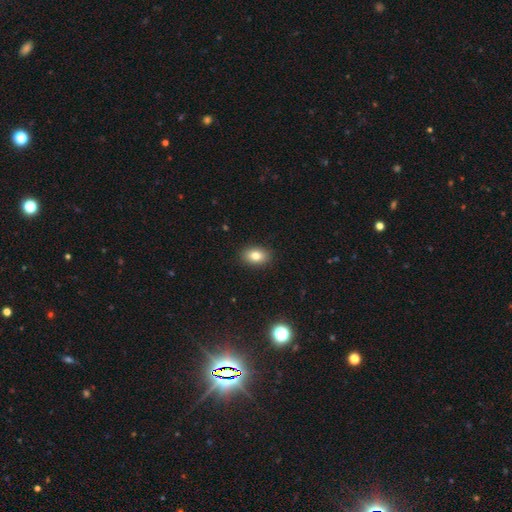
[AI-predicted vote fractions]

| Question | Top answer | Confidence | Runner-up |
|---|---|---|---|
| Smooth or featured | smooth | 81% | star or artifact (10%) |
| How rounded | in between | 84% | round (14%) |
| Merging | none | 89% | minor disturbance (8%) |